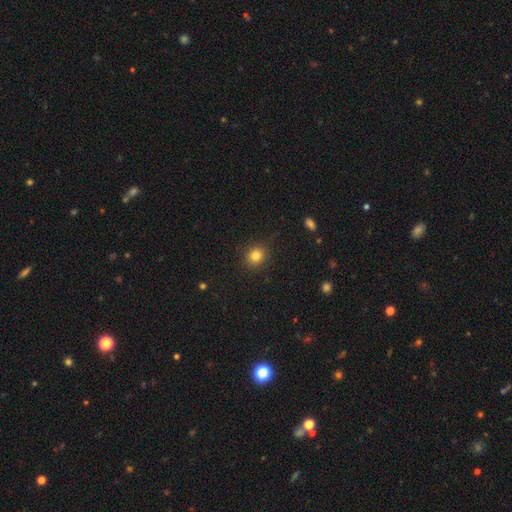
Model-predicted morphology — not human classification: Overall: smooth (82%). How rounded: round (84%). Merging: none (90%).